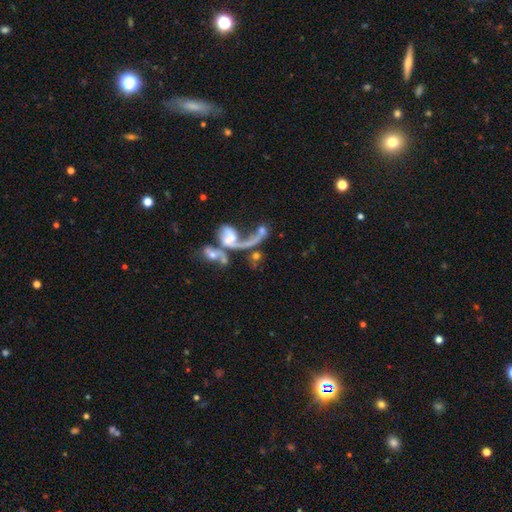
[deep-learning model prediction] This is likely a featured or disk galaxy (64%). It is clearly not viewed edge-on (88%). Bar: likely no (69%). Spiral arm pattern: possibly yes (57%). Central bulge: marginally none (38%). Merging: possibly merger (53%).